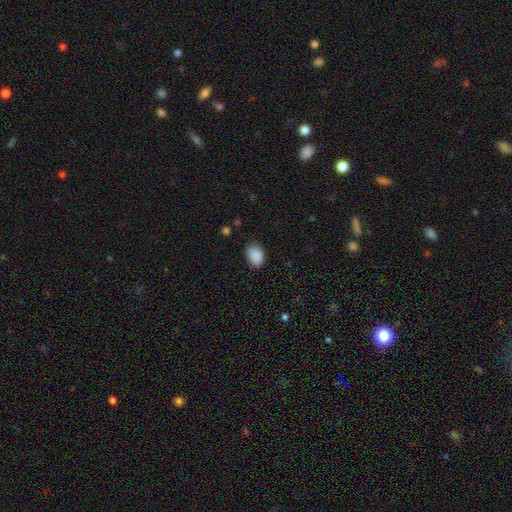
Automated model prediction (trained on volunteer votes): smooth 88%, star or artifact 8%, featured or disk 4%. Down the decision tree: how rounded — in between (82%); merging — none (70%).